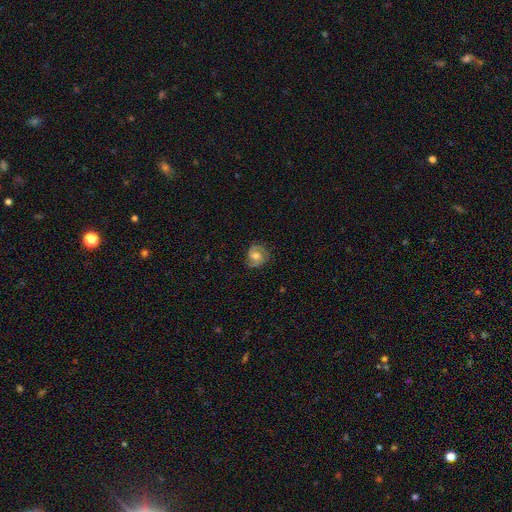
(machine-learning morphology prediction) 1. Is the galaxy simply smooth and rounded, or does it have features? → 66% featured or disk, 26% smooth, 8% star or artifact.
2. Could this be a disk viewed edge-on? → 97% no, 3% yes.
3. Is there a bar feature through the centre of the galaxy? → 57% no, 36% weak, 7% strong.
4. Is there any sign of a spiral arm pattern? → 93% yes, 7% no.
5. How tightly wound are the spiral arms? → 44% medium, 41% tight, 15% loose.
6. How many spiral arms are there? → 83% 2, 8% can't tell, 4% 1, 3% 3, 1% 4, 1% more than 4.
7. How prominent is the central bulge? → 59% moderate, 21% small, 14% large, 5% none, 2% dominant.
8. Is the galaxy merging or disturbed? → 78% none, 16% minor disturbance, 5% major disturbance, 1% merger.